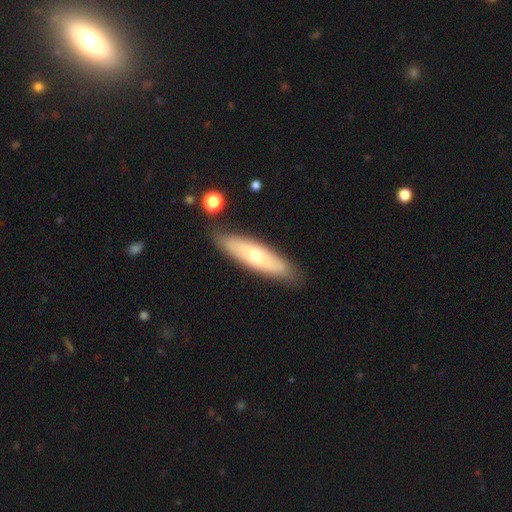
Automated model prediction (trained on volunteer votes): Q: Smooth or featured?
A: smooth (50%); runner-up: featured or disk (43%)
Q: How rounded?
A: cigar-shaped (62%); runner-up: in between (37%)
Q: Merging?
A: none (81%); runner-up: minor disturbance (13%)